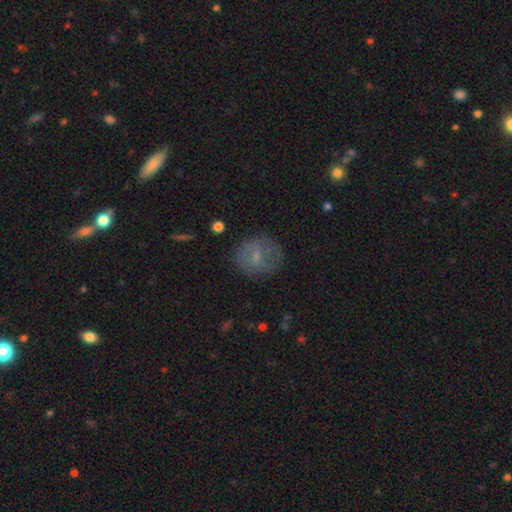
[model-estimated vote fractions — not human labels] smooth 57%, featured or disk 32%, star or artifact 11%. Down the decision tree: how rounded — round (77%); merging — none (73%).